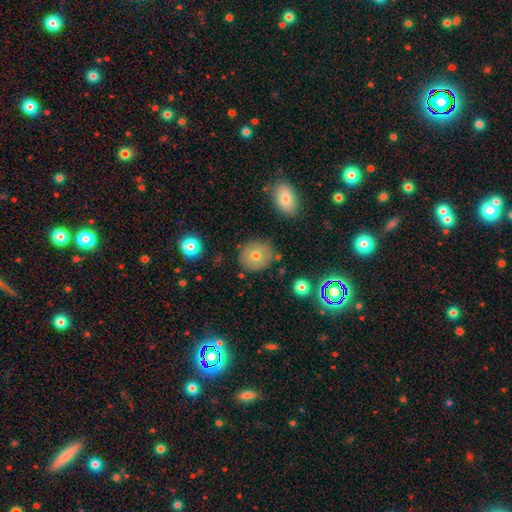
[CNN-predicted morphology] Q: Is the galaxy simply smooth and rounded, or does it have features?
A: smooth — 71%.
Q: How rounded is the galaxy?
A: round — 79%.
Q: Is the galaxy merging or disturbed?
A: none — 82%.